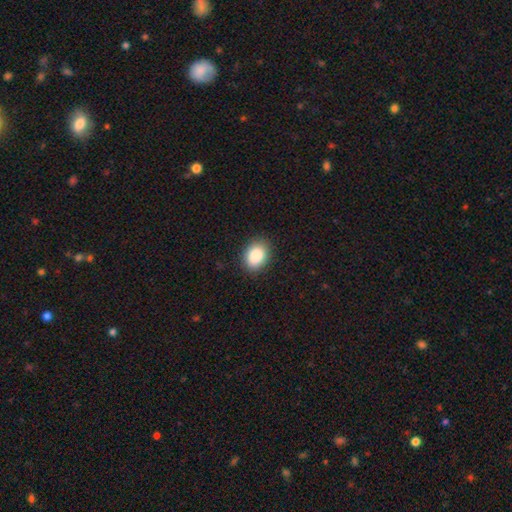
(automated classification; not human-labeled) A smooth galaxy with no disk features (88%) that is in between round and cigar-shaped (69%). Merging: none (88%).